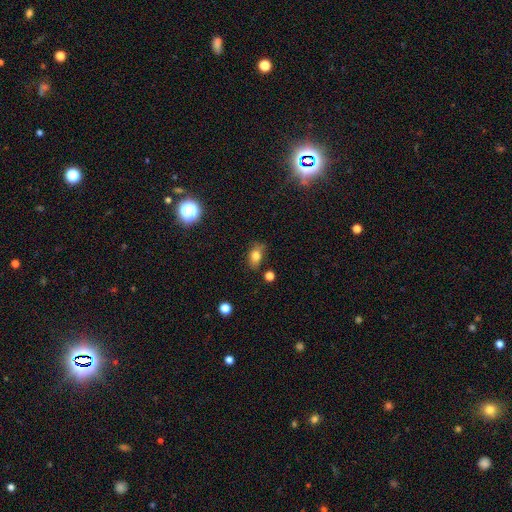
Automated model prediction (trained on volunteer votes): A smooth galaxy with no disk features (79%) that is in between round and cigar-shaped (81%).

Vote fractions:
- Smooth or featured? smooth: 79% / star or artifact: 11% / featured or disk: 10%
- How rounded? in between: 81% / round: 16% / cigar-shaped: 2%
- Merging? none: 72% / minor disturbance: 20% / major disturbance: 5% / merger: 4%